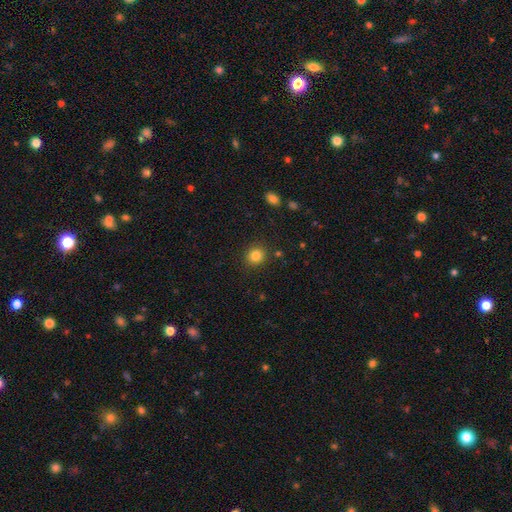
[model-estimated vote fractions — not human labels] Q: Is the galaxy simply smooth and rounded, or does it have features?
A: smooth — 83%.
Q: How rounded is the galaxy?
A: round — 85%.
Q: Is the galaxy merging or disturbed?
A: none — 88%.